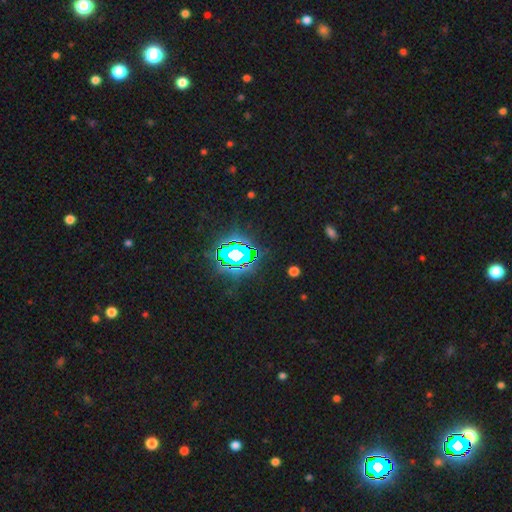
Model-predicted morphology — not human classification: A star or artifact, not a galaxy (83%).